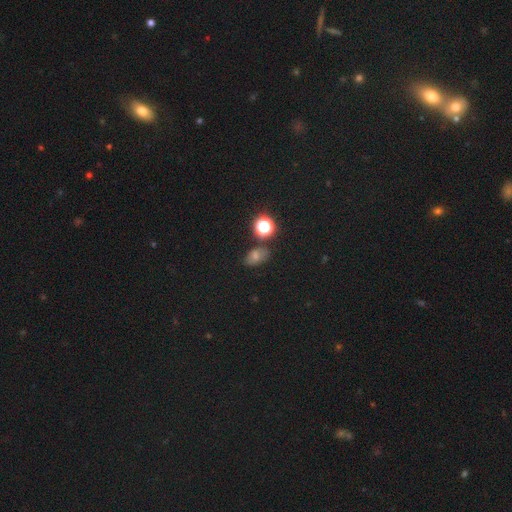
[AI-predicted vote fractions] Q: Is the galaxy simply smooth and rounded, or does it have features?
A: smooth — 46%.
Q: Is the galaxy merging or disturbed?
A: none — 76%.